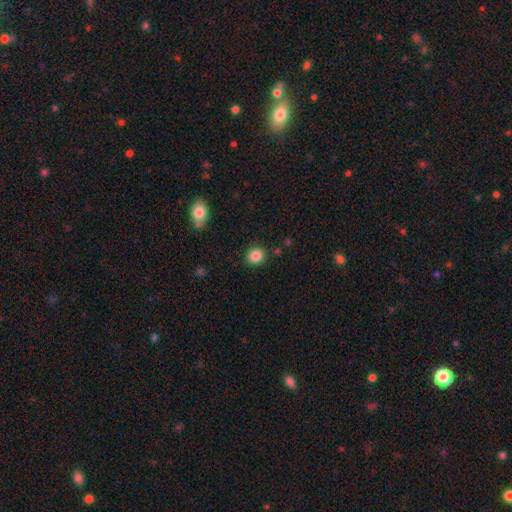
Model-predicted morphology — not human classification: smooth-or-featured: smooth: 86% | star or artifact: 10% | featured or disk: 4%
  how-rounded: round: 86% | in between: 13% | cigar-shaped: 1%
  merging: none: 88% | minor disturbance: 8% | major disturbance: 2% | merger: 2%